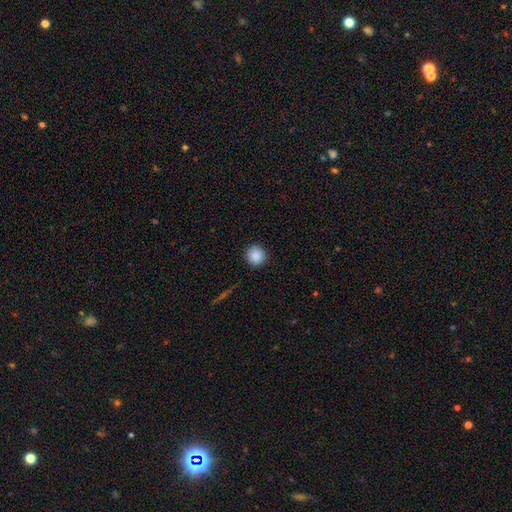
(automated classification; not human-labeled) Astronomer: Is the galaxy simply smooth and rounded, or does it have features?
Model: smooth — 88%.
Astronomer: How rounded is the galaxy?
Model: round — 93%.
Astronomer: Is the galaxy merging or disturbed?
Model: none — 91%.